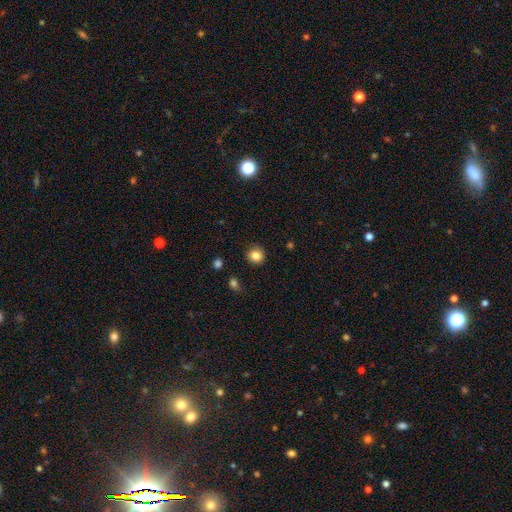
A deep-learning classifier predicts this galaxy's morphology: Q: Smooth or featured?
A: smooth (84%); runner-up: star or artifact (11%)
Q: How rounded?
A: round (91%); runner-up: in between (8%)
Q: Merging?
A: none (88%); runner-up: minor disturbance (9%)